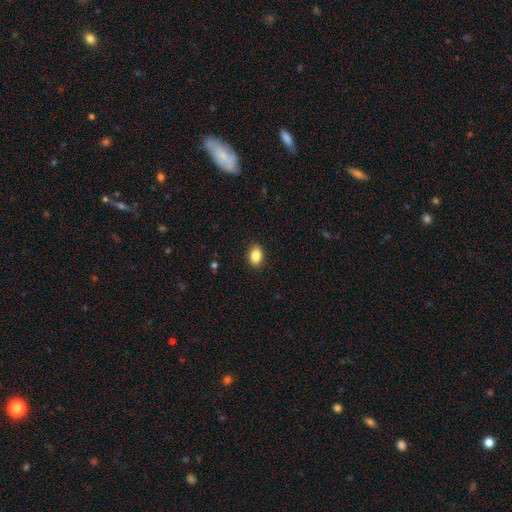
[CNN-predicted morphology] Overall: smooth (87%). How rounded: in between (80%). Merging: none (90%).